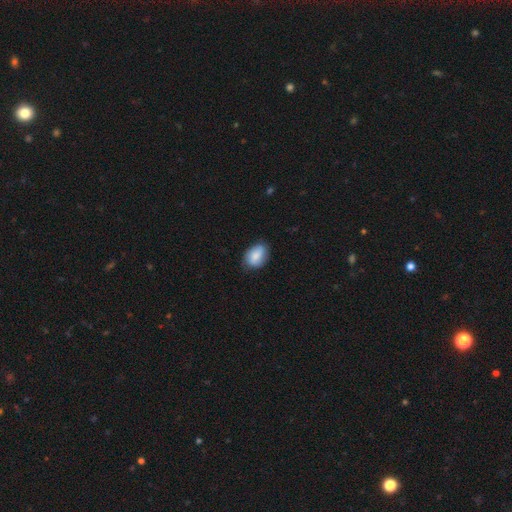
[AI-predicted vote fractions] The model was most divided on "merging": none: 77%, minor disturbance: 19%, major disturbance: 3%, merger: 1%. More confident: how rounded — in between (82%); smooth or featured — smooth (78%).